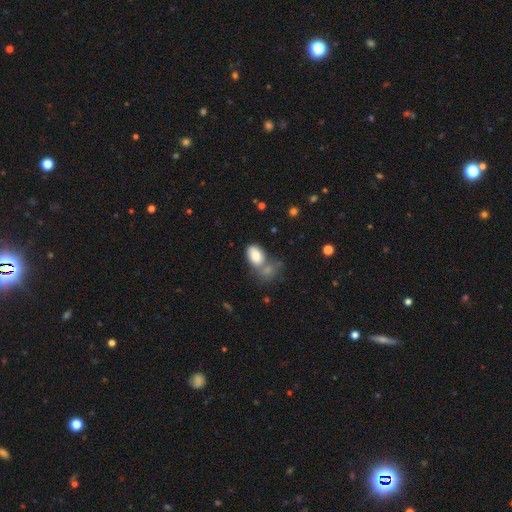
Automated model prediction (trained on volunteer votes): Smooth or featured? Predicted: smooth (p=0.78). How rounded? Predicted: in between (p=0.89). Merging? Predicted: merger (p=0.39).